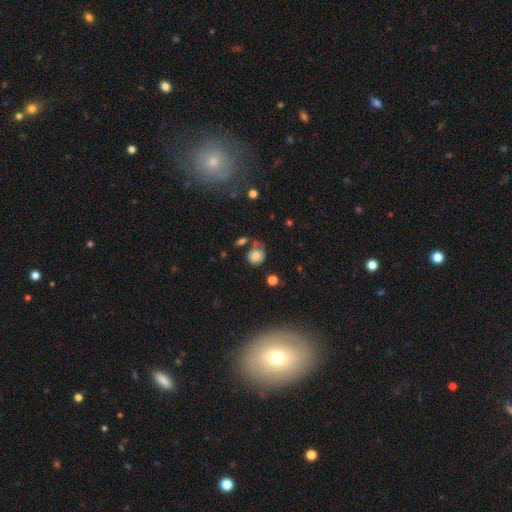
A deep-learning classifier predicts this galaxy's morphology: Smooth or featured: smooth — 81% (star or artifact — 10%)
How rounded: round — 78% (in between — 21%)
Merging: none — 50% (minor disturbance — 23%)